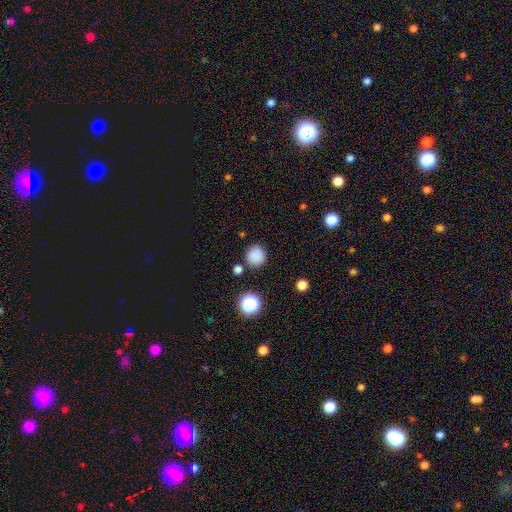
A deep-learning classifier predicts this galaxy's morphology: Overall: smooth (83%). How rounded: round (91%). Merging: none (82%).